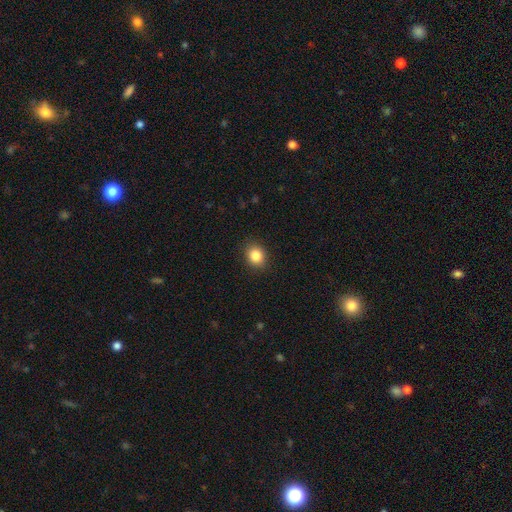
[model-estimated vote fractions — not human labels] Q: Smooth or featured?
A: smooth (85%); runner-up: star or artifact (10%)
Q: How rounded?
A: round (66%); runner-up: in between (33%)
Q: Merging?
A: none (90%); runner-up: minor disturbance (7%)